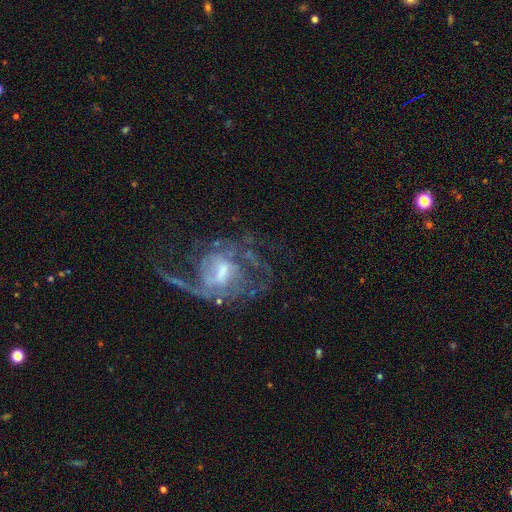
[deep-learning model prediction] Smooth or featured? featured or disk (76%)
Edge-on disk? no (96%)
Bar? weak (43%)
Spiral arms? yes (84%)
Spiral winding? medium (41%)
Spiral arm count? can't tell (33%)
Bulge size? moderate (48%)
Merging? none (45%)